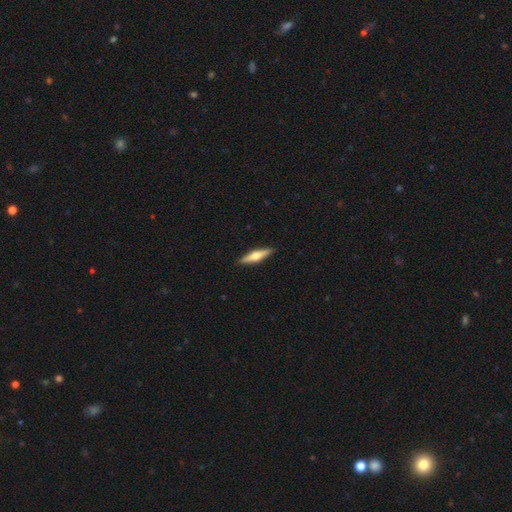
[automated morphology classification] This appears to be a featured or disk galaxy (56%) viewed edge-on (97%) with a rounded central bulge (90%). Merging: none (91%).